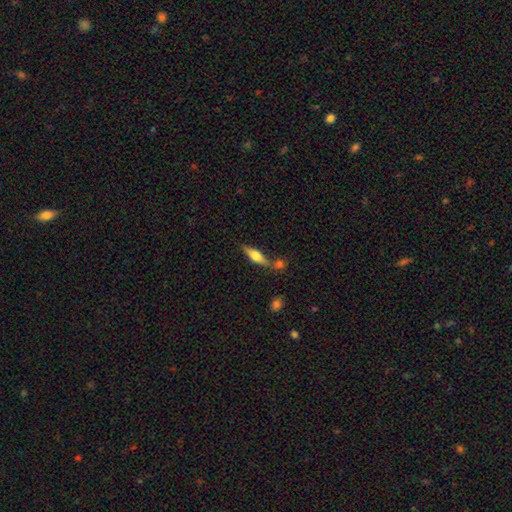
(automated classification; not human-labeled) Smooth or featured?
  - featured or disk: 51% *
  - smooth: 42%
  - star or artifact: 7%
Edge-on disk?
  - yes: 93% *
  - no: 7%
Merging?
  - none: 65% *
  - merger: 17%
  - minor disturbance: 13%
  - major disturbance: 4%